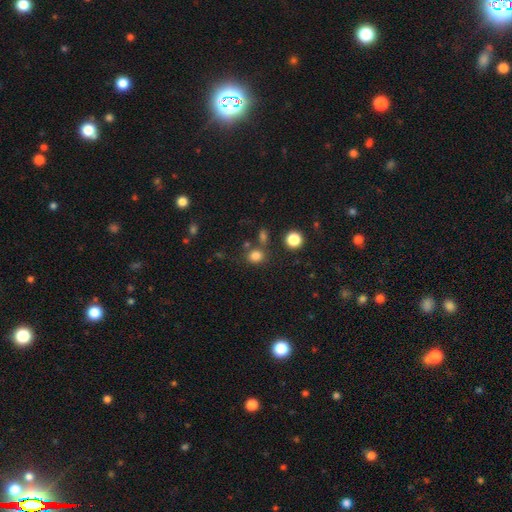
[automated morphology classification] Overall: smooth (80%). How rounded: round (70%). Merging: none (72%).